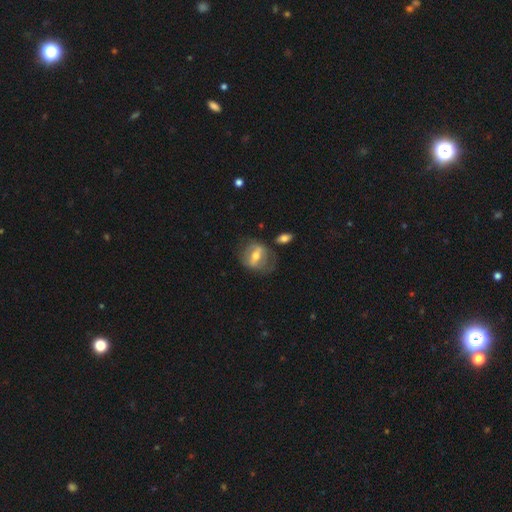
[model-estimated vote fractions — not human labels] Smooth or featured?
  - featured or disk: 61% *
  - smooth: 32%
  - star or artifact: 7%
Edge-on disk?
  - no: 81% *
  - yes: 19%
Merging?
  - none: 62% *
  - minor disturbance: 19%
  - major disturbance: 13%
  - merger: 5%